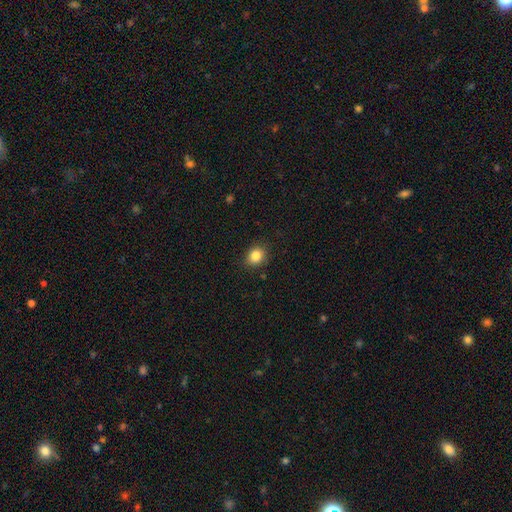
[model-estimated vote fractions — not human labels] A smooth galaxy with no disk features (85%) that is round (64%). Merging: none (86%).